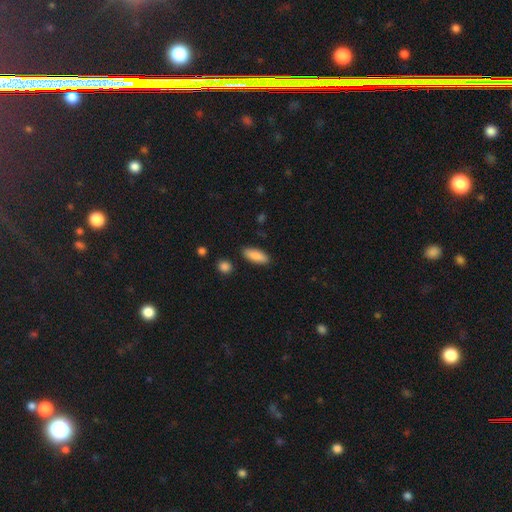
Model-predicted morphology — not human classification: smooth 87%, featured or disk 7%, star or artifact 6%. Down the decision tree: how rounded — in between (76%); merging — none (87%).